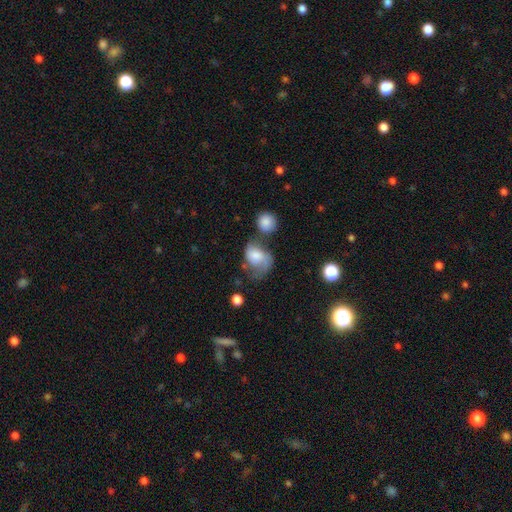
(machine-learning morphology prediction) This is possibly a smooth galaxy (52%). How rounded: possibly in between (60%). Merging: marginally major disturbance (30%).